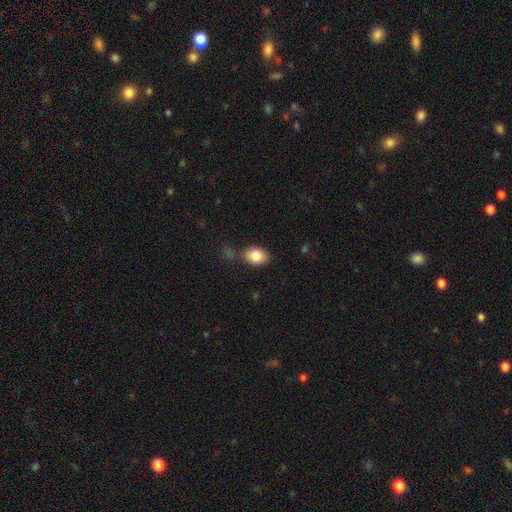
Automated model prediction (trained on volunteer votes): smooth_or_featured: smooth (p=0.84) [alt: star or artifact p=0.08]
how_rounded: in between (p=0.74) [alt: round p=0.24]
merging: none (p=0.68) [alt: minor disturbance p=0.18]